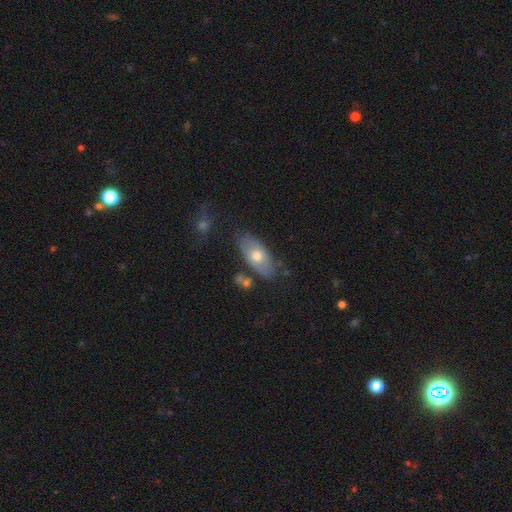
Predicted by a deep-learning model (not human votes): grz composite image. It shows a smooth galaxy with no disk features (58%) that is in between round and cigar-shaped (88%). Merging: none (75%).